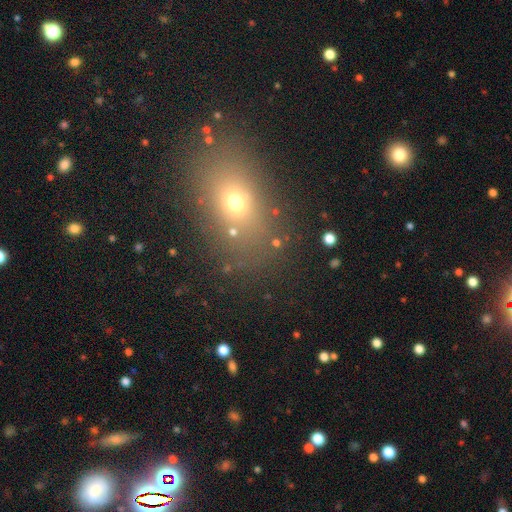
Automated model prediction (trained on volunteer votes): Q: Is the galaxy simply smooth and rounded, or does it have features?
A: smooth — 60%.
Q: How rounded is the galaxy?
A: in between — 60%.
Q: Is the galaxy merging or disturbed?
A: none — 82%.